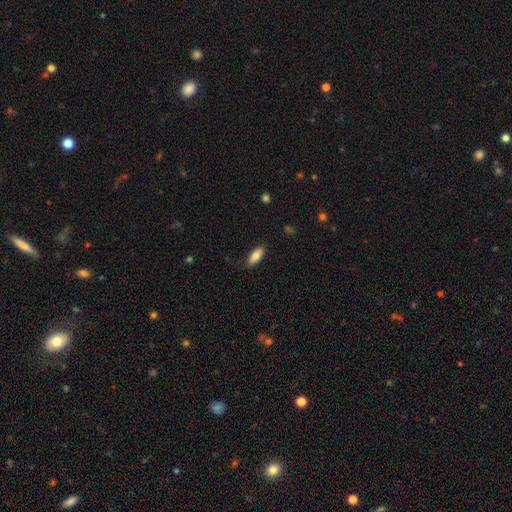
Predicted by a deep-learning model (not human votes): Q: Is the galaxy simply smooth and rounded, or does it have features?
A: smooth — 83%.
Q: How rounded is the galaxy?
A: in between — 74%.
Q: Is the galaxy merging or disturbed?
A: none — 86%.